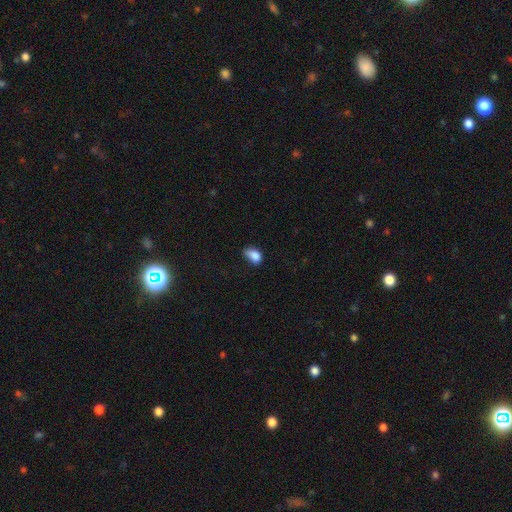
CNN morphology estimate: smooth 85%, star or artifact 9%, featured or disk 6%. Down the decision tree: how rounded — in between (86%); merging — none (43%).